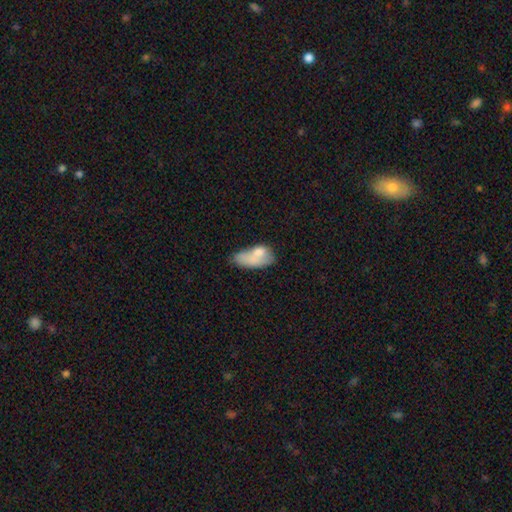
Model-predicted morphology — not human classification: Smooth or featured? smooth (70%)
How rounded? in between (87%)
Merging? merger (29%)